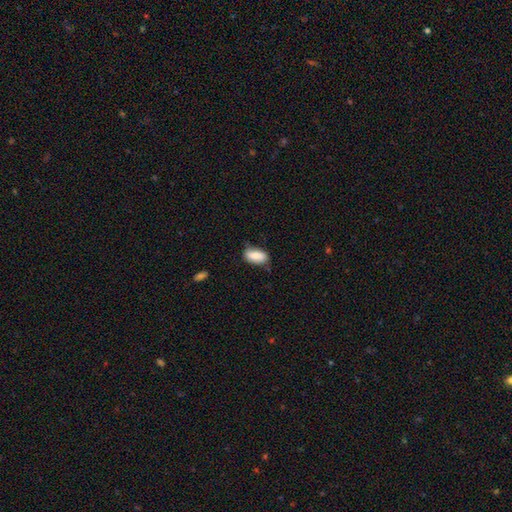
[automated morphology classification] smooth_or_featured: smooth (p=0.77) [alt: featured or disk p=0.16]
how_rounded: in between (p=0.91) [alt: cigar-shaped p=0.05]
merging: none (p=0.63) [alt: minor disturbance p=0.29]